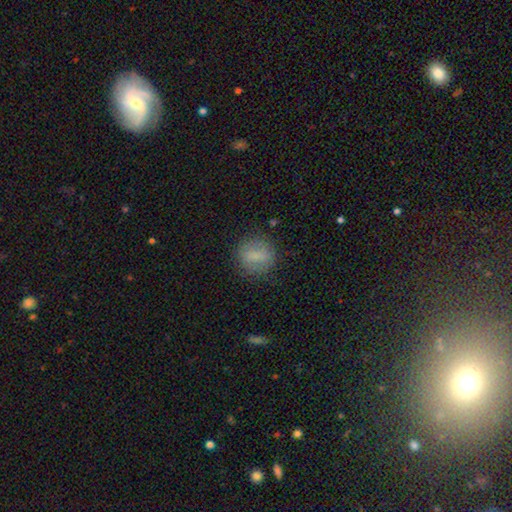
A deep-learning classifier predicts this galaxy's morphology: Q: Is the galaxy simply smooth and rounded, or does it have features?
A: smooth — 72%.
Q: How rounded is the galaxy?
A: round — 62%.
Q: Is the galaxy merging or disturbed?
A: none — 79%.